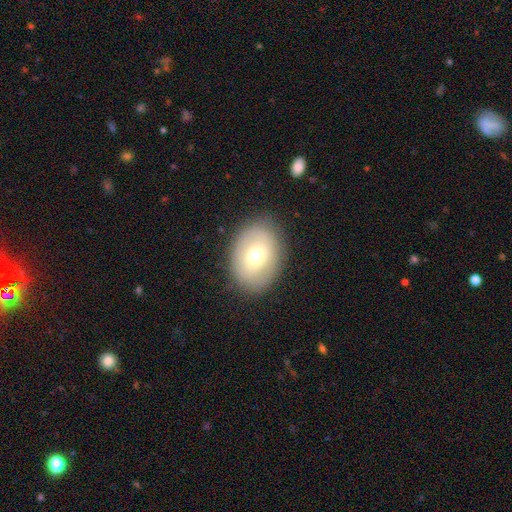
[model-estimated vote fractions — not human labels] Smooth or featured? smooth (64%)
How rounded? in between (68%)
Merging? none (83%)